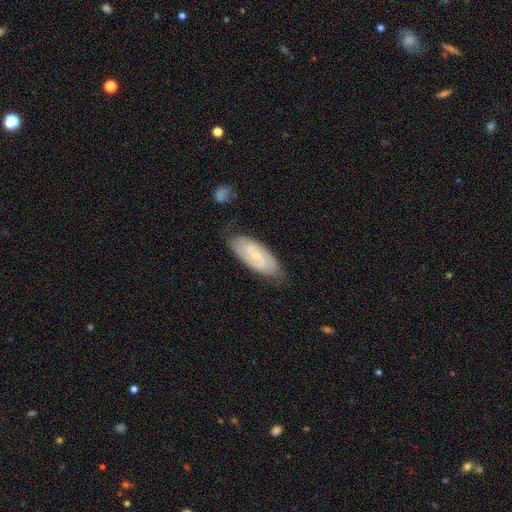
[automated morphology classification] smooth_or_featured: featured or disk (p=0.69) [alt: smooth p=0.25]
disk_edge_on: no (p=0.92) [alt: yes p=0.08]
bar: no (p=0.45) [alt: weak p=0.44]
has_spiral_arms: yes (p=0.89) [alt: no p=0.11]
spiral_winding: tight (p=0.46) [alt: medium p=0.40]
spiral_arm_count: 2 (p=0.74) [alt: can't tell p=0.18]
bulge_size: small (p=0.67) [alt: moderate p=0.27]
merging: none (p=0.73) [alt: minor disturbance p=0.20]